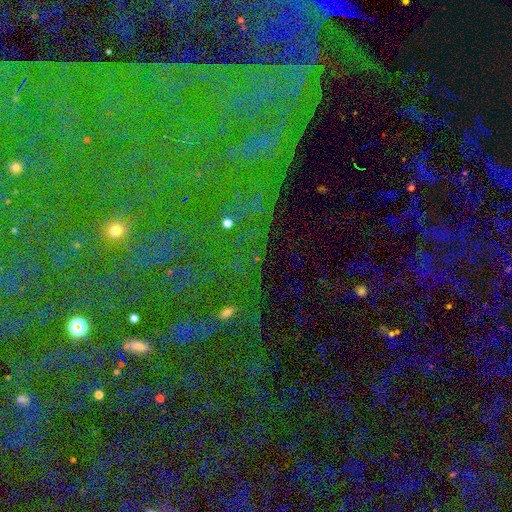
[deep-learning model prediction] A star or artifact, not a galaxy (82%).